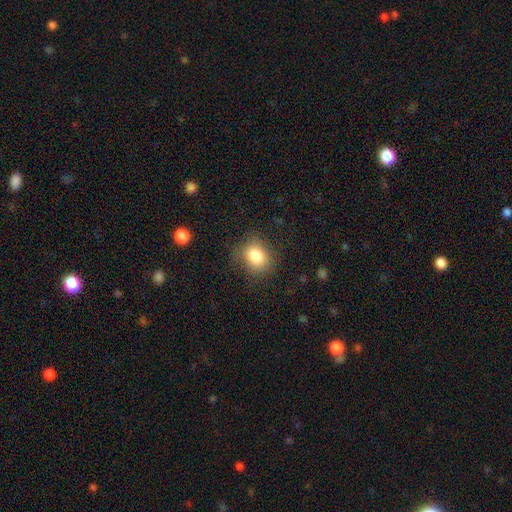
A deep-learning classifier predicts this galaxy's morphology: Smooth or featured? smooth (83%)
How rounded? round (59%)
Merging? none (78%)